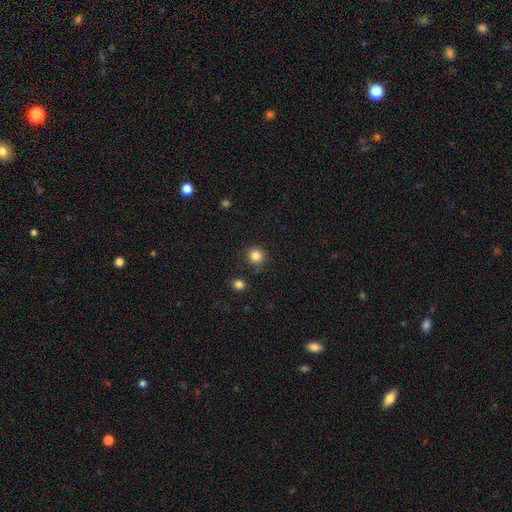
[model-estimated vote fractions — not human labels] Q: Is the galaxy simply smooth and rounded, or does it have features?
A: smooth — 84%.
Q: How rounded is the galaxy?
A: round — 93%.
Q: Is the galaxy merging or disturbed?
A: none — 87%.